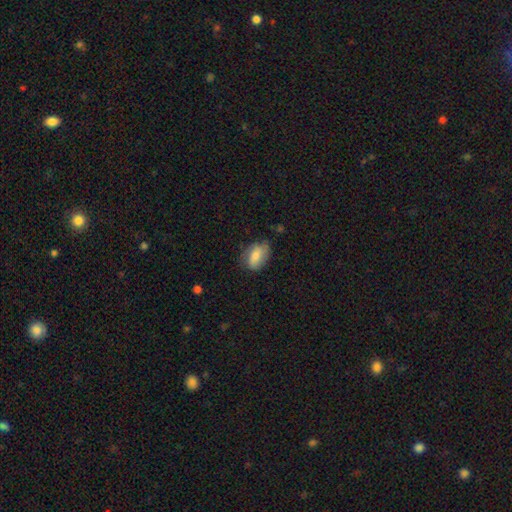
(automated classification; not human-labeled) smooth-or-featured: smooth: 75% | featured or disk: 18% | star or artifact: 7%
  how-rounded: in between: 86% | round: 12% | cigar-shaped: 2%
  merging: none: 61% | minor disturbance: 30% | major disturbance: 8% | merger: 2%